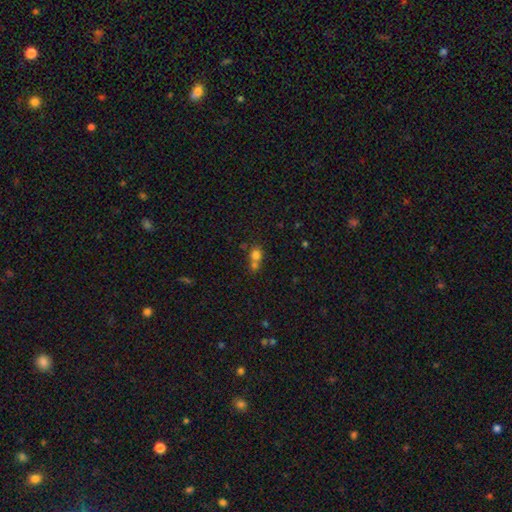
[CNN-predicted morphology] This is likely a smooth galaxy (72%). How rounded: likely round (68%). Merging: possibly merger (59%).